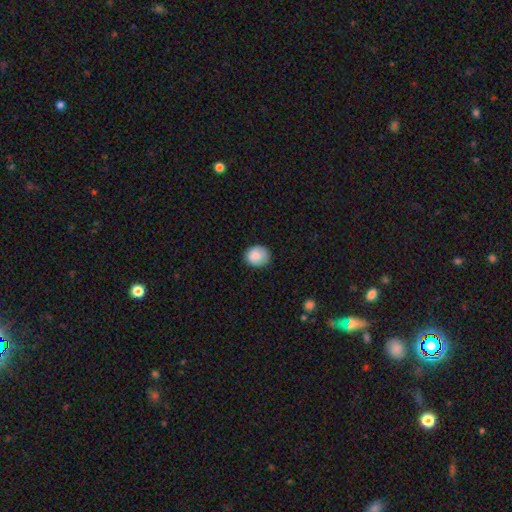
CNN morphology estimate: This is clearly a smooth galaxy (84%). How rounded: likely round (77%). Merging: likely none (80%).